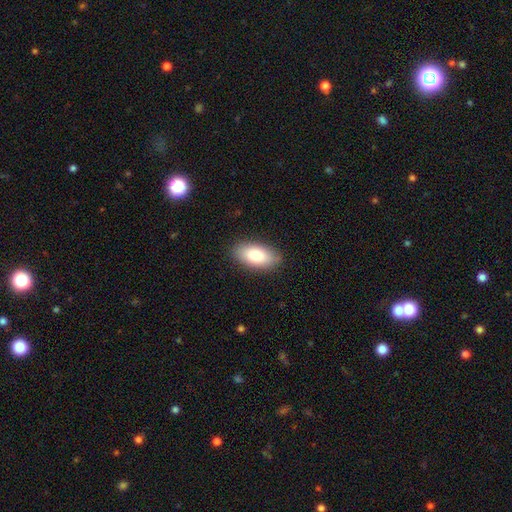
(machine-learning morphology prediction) Q: Smooth or featured?
A: smooth (81%); runner-up: featured or disk (12%)
Q: How rounded?
A: in between (93%); runner-up: cigar-shaped (5%)
Q: Merging?
A: none (88%); runner-up: minor disturbance (9%)